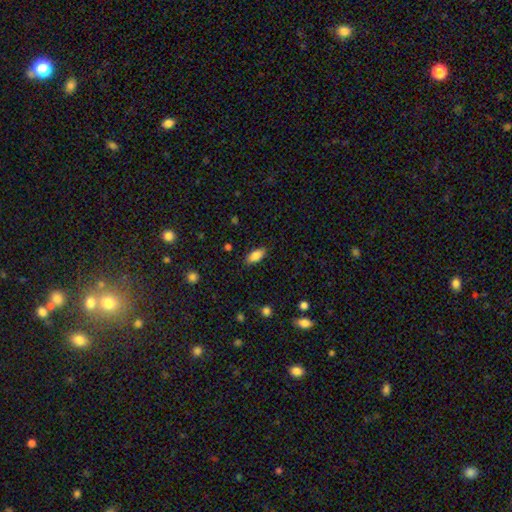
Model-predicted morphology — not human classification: A smooth galaxy with no disk features (85%) that is in between round and cigar-shaped (88%).

Vote fractions:
- Smooth or featured? smooth: 85% / star or artifact: 7% / featured or disk: 7%
- How rounded? in between: 88% / cigar-shaped: 9% / round: 3%
- Merging? none: 86% / minor disturbance: 11% / major disturbance: 3% / merger: 1%